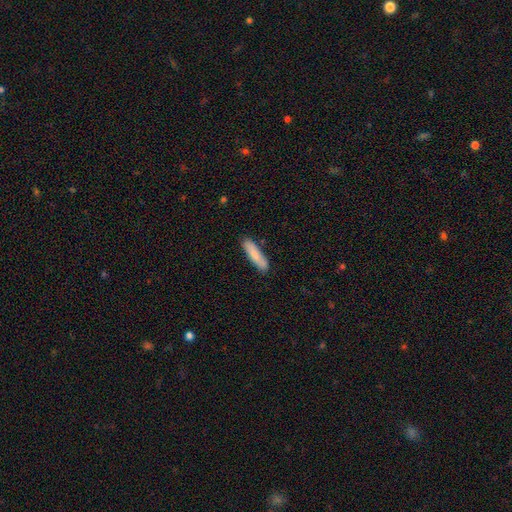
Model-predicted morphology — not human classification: A smooth galaxy with no disk features (81%) that is cigar-shaped (72%).

Vote fractions:
- Smooth or featured? smooth: 81% / featured or disk: 13% / star or artifact: 6%
- How rounded? cigar-shaped: 72% / in between: 27% / round: 2%
- Merging? none: 83% / minor disturbance: 12% / merger: 2% / major disturbance: 2%